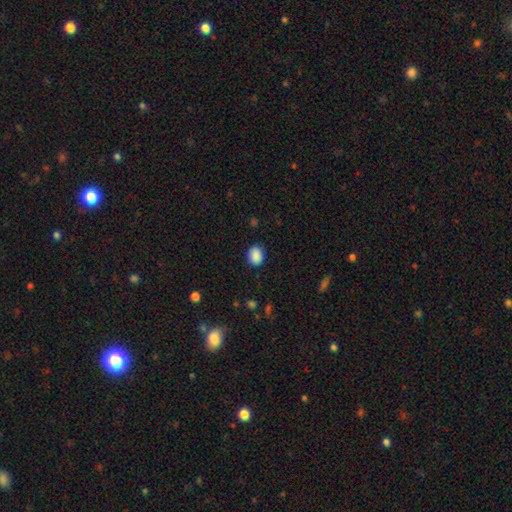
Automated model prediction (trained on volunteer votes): smooth-or-featured: smooth: 89% | star or artifact: 8% | featured or disk: 3%
  how-rounded: in between: 55% | round: 44% | cigar-shaped: 1%
  merging: none: 87% | minor disturbance: 10% | major disturbance: 2% | merger: 1%